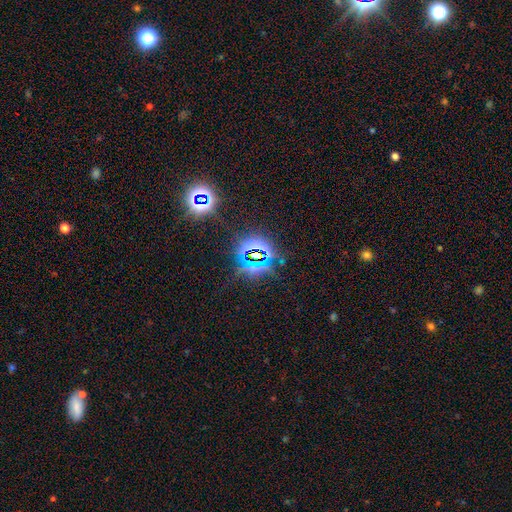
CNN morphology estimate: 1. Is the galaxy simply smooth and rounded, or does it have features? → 83% star or artifact, 10% smooth, 8% featured or disk.